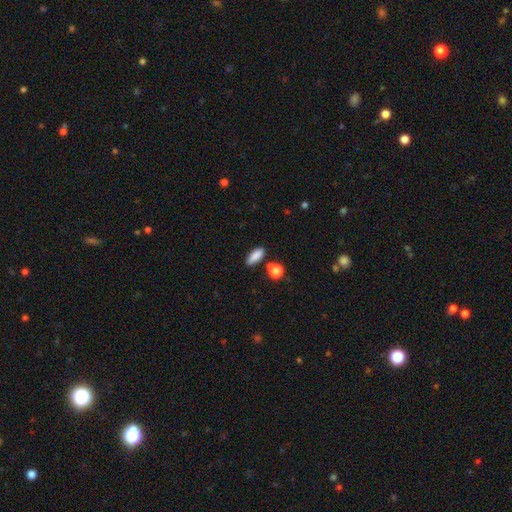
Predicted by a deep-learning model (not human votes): Smooth or featured? smooth (86%)
How rounded? in between (71%)
Merging? none (75%)